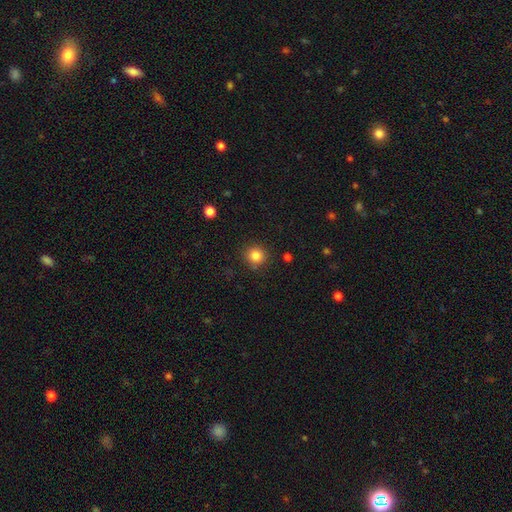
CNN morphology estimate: type=smooth (83%); roundness=round (91%); merging=none (88%).